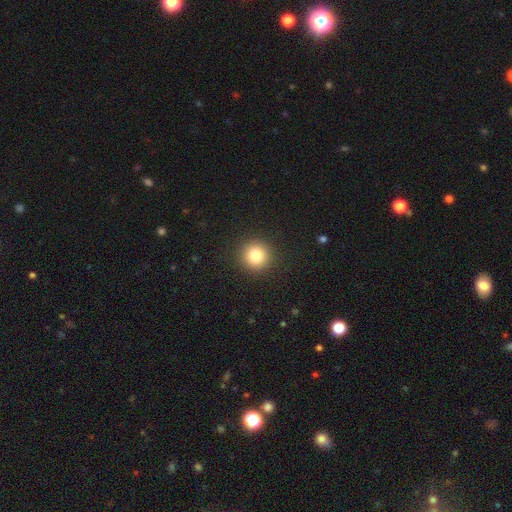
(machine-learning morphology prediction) This is clearly a smooth galaxy (82%). How rounded: clearly round (94%). Merging: clearly none (92%).